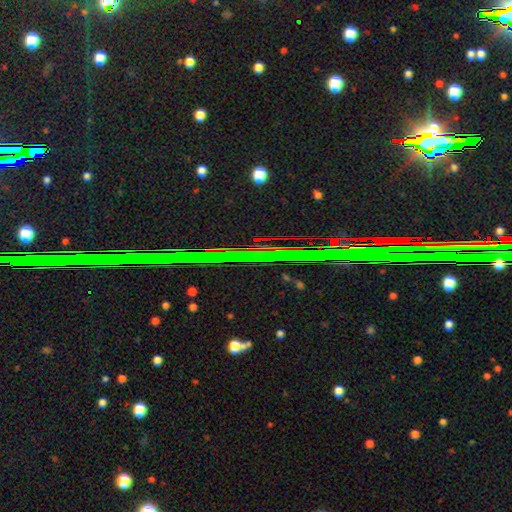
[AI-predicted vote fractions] Overall: star or artifact (78%).